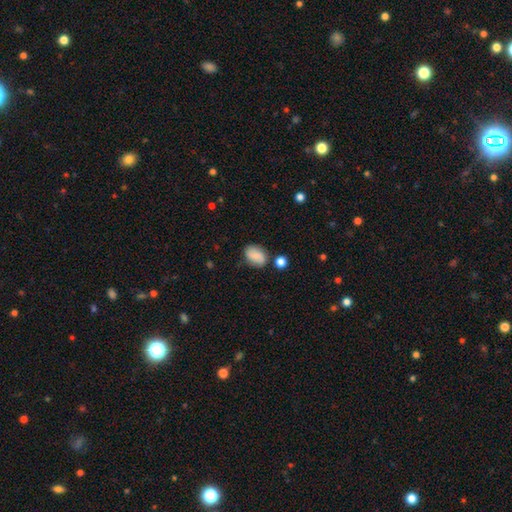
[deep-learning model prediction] This appears to be a smooth galaxy with no disk features (73%) that is in between round and cigar-shaped (78%). Merging: none (73%).